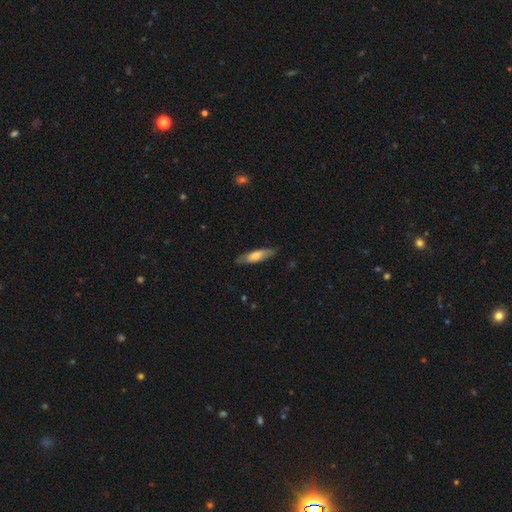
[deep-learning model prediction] Overall: smooth (65%; featured or disk 30%). How rounded: cigar-shaped (65%; in between 34%). Merging: none (81%).